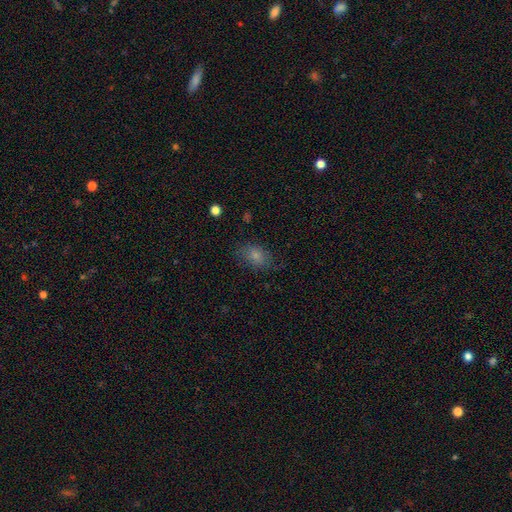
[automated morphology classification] The model was most divided on "merging": none: 76%, minor disturbance: 17%, major disturbance: 5%, merger: 1%. More confident: smooth or featured — smooth (80%); how rounded — in between (79%).